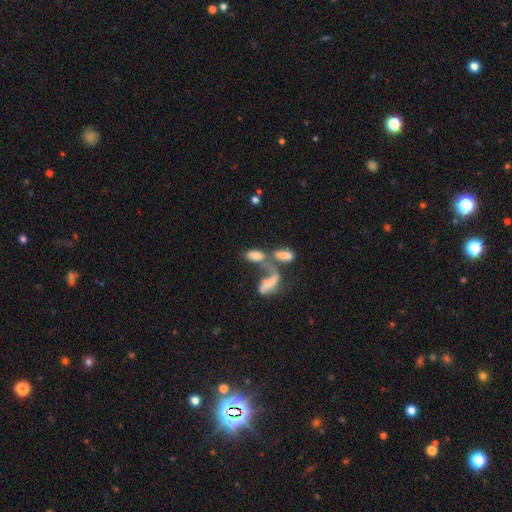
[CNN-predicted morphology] Smooth or featured?
  - smooth: 65% *
  - featured or disk: 24%
  - star or artifact: 10%
How rounded?
  - in between: 84% *
  - cigar-shaped: 13%
  - round: 3%
Merging?
  - merger: 66% *
  - none: 16%
  - major disturbance: 10%
  - minor disturbance: 7%